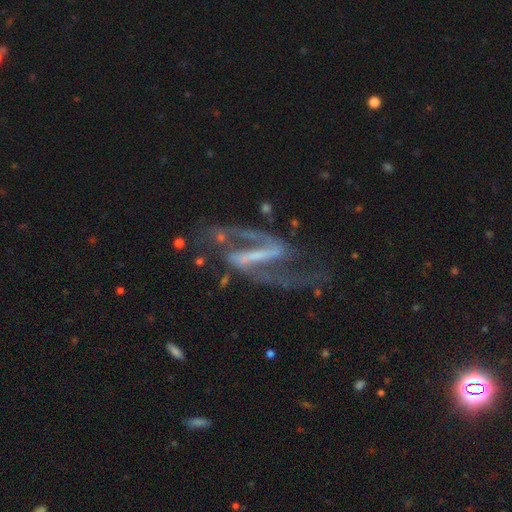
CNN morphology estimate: featured or disk 92%, star or artifact 5%, smooth 3%. Down the decision tree: edge-on disk — no (94%); bar — strong (77%); spiral arms — yes (96%); spiral arm count — 2 (94%); spiral winding — medium (45%); bulge size — none (51%); merging — none (69%).